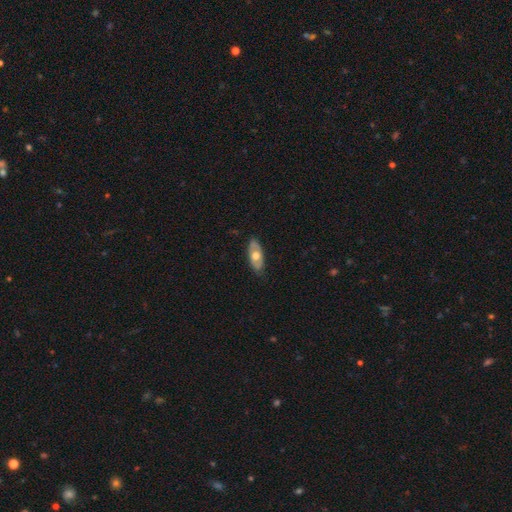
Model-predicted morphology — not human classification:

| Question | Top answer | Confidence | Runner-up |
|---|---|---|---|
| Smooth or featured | smooth | 49% | featured or disk (46%) |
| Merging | none | 82% | minor disturbance (15%) |